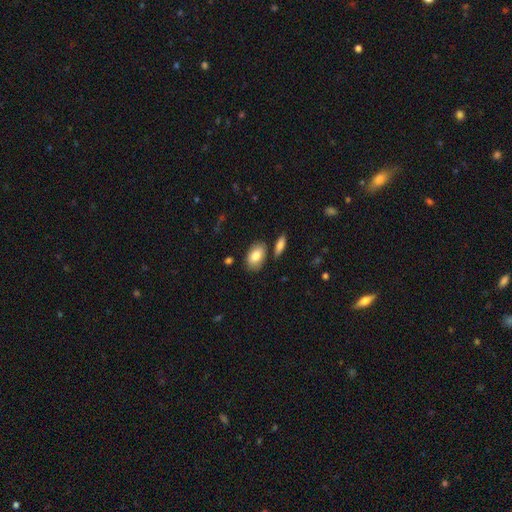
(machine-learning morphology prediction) type=smooth (83%); roundness=in between (90%); merging=none (76%).